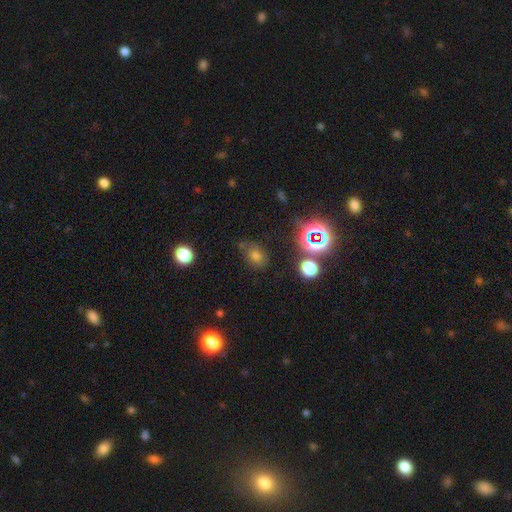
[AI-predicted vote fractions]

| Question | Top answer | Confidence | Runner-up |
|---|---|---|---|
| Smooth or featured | smooth | 61% | star or artifact (28%) |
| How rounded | in between | 58% | round (41%) |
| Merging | none | 69% | minor disturbance (19%) |